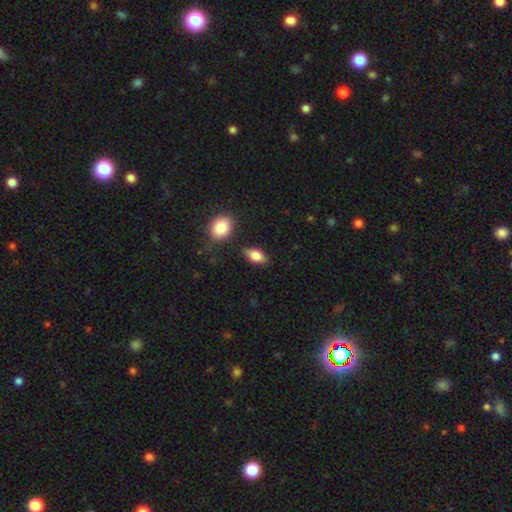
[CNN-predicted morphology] smooth-or-featured: smooth: 80% | featured or disk: 13% | star or artifact: 7%
  how-rounded: in between: 87% | round: 7% | cigar-shaped: 7%
  merging: none: 82% | minor disturbance: 11% | merger: 4% | major disturbance: 3%